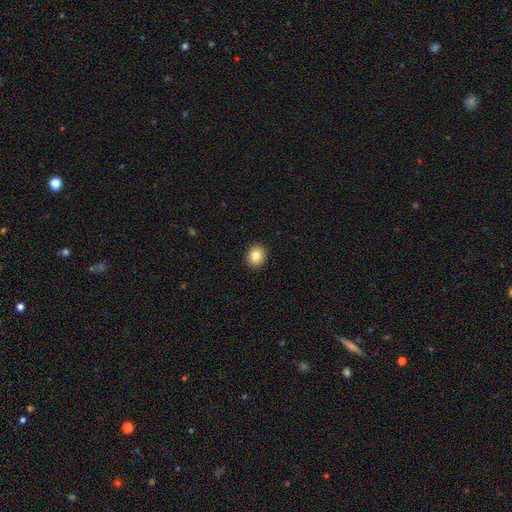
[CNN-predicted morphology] smooth 83%, star or artifact 10%, featured or disk 7%. Down the decision tree: how rounded — round (71%); merging — none (92%).